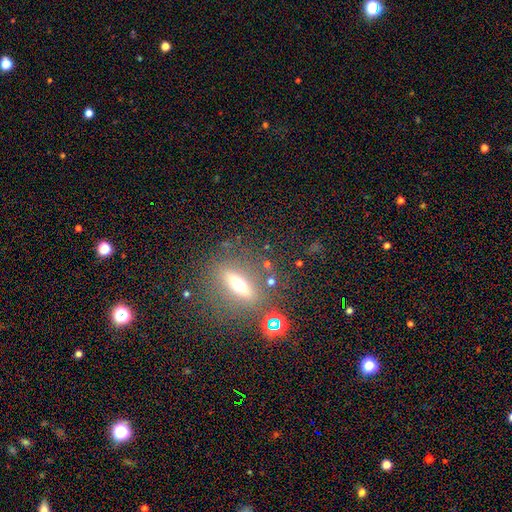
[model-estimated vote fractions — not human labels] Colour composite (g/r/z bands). It shows a featured or disk galaxy (48%). Merging: none (76%).